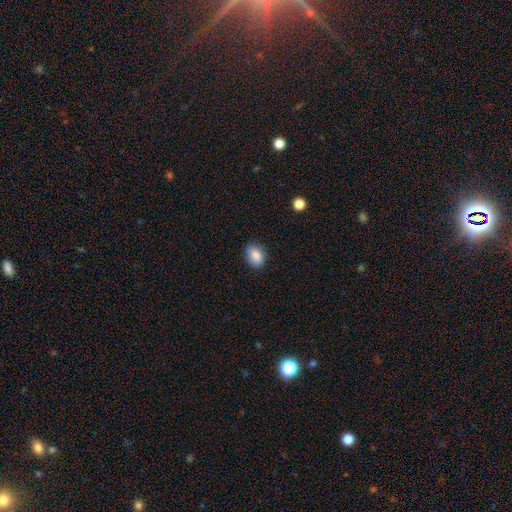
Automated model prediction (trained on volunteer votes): Q: Smooth or featured?
A: smooth (86%); runner-up: star or artifact (9%)
Q: How rounded?
A: in between (64%); runner-up: round (35%)
Q: Merging?
A: none (82%); runner-up: minor disturbance (14%)